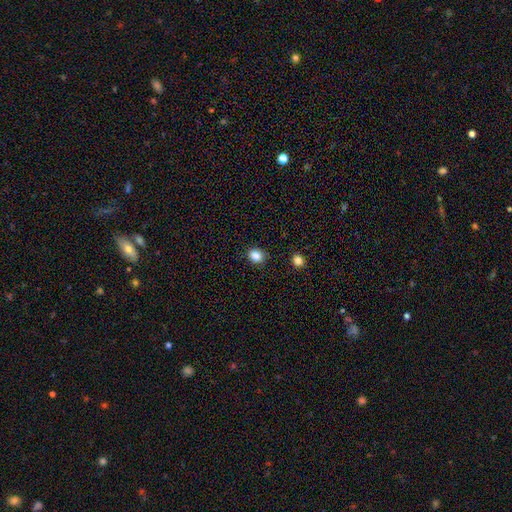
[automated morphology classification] A smooth galaxy with no disk features (85%) that is round (60%).

Vote fractions:
- Smooth or featured? smooth: 85% / star or artifact: 11% / featured or disk: 5%
- How rounded? round: 60% / in between: 39% / cigar-shaped: 1%
- Merging? none: 88% / minor disturbance: 9% / major disturbance: 2% / merger: 2%